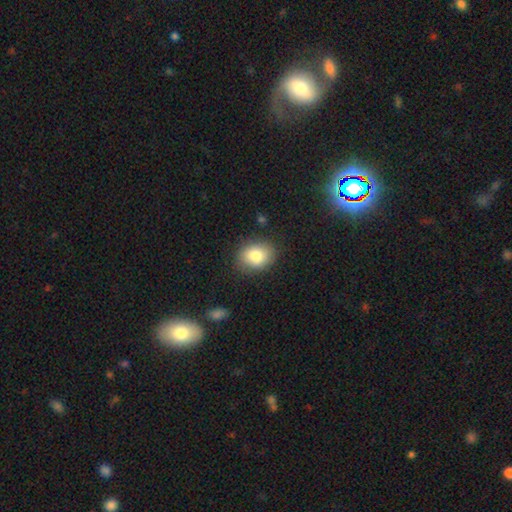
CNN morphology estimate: A smooth galaxy with no disk features (82%) that is in between round and cigar-shaped (55%). Merging: none (83%).